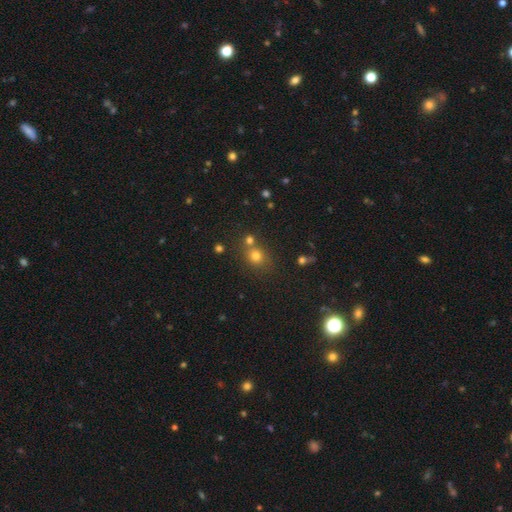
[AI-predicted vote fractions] This is likely a smooth galaxy (74%). How rounded: likely round (79%). Merging: likely none (64%).